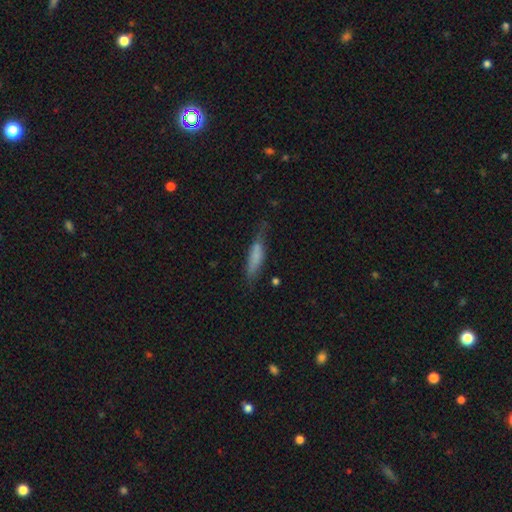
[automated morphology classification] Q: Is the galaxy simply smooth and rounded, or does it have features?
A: smooth — 69%.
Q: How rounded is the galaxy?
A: cigar-shaped — 75%.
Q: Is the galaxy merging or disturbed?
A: none — 56%.